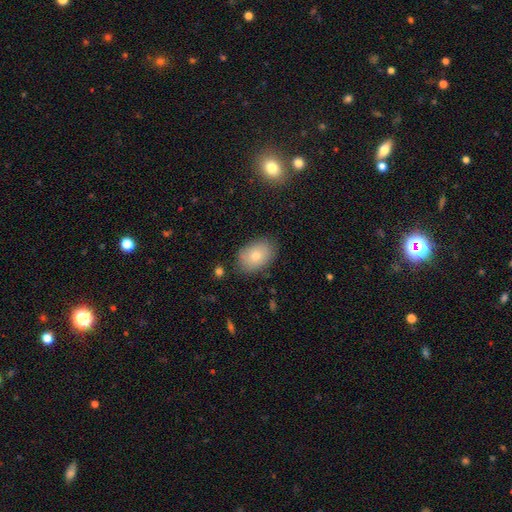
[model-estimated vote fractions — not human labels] smooth 78%, featured or disk 14%, star or artifact 8%. Down the decision tree: how rounded — in between (82%); merging — none (80%).